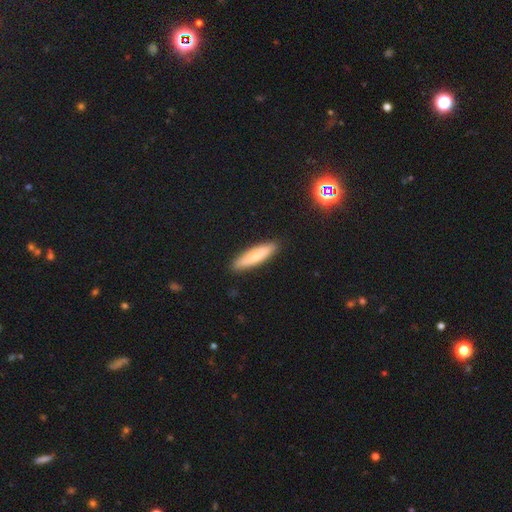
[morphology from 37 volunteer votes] This appears to be a smooth galaxy with no disk features (70%) that is cigar-shaped (81%). Merging: none (94%).